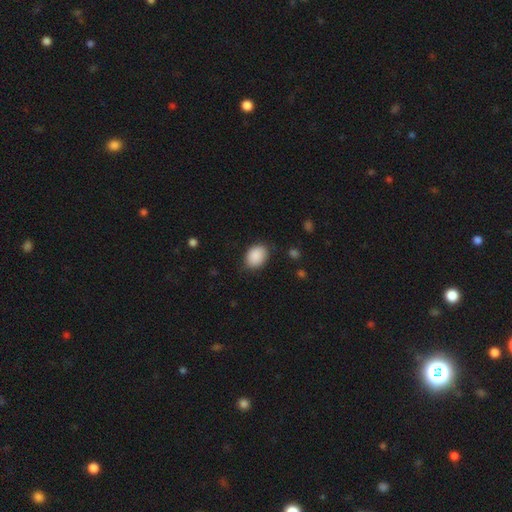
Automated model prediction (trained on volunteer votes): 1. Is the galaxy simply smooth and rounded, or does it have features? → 89% smooth, 7% star or artifact, 4% featured or disk.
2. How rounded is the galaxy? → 70% in between, 29% round, 1% cigar-shaped.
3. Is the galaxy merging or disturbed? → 81% none, 15% minor disturbance, 4% major disturbance, 1% merger.